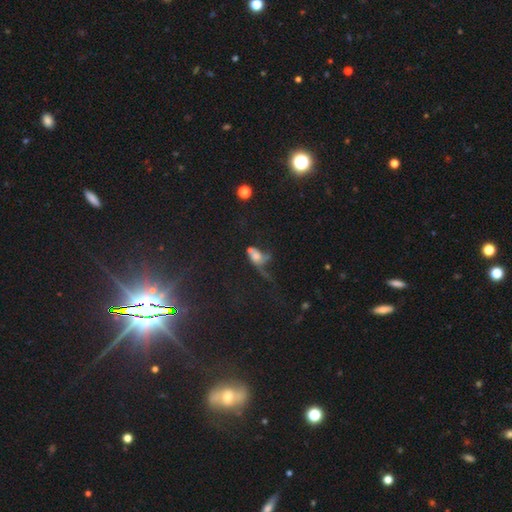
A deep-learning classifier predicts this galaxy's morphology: type=smooth (43%); merging=major disturbance (47%).